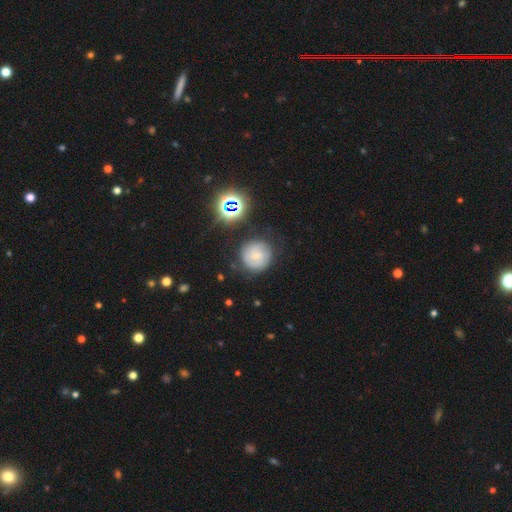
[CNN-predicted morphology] A smooth galaxy with no disk features (48%). Merging: none (77%).